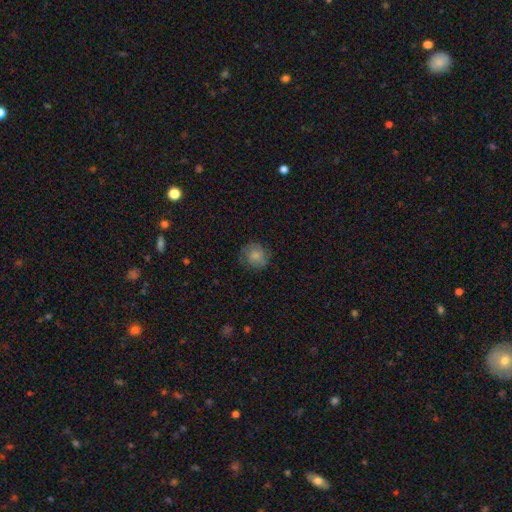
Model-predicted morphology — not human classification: type=smooth (69%); roundness=round (87%); merging=none (75%).